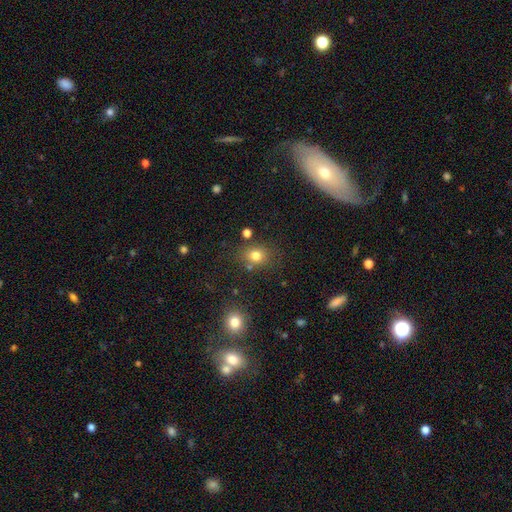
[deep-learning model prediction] Smooth or featured? smooth (78%)
How rounded? round (64%)
Merging? none (75%)